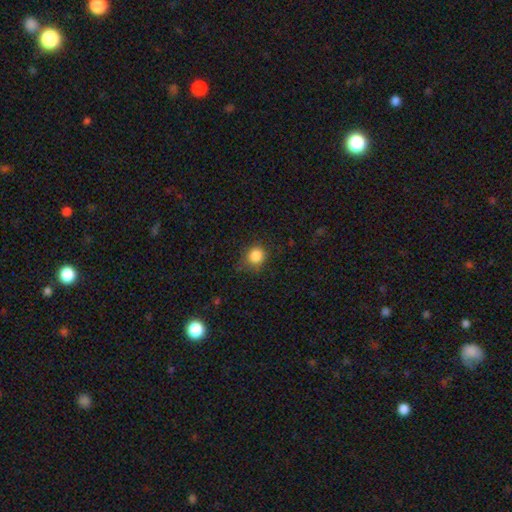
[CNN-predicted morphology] Smooth or featured?
  - smooth: 84% *
  - star or artifact: 11%
  - featured or disk: 5%
How rounded?
  - round: 83% *
  - in between: 16%
  - cigar-shaped: 1%
Merging?
  - none: 70% *
  - minor disturbance: 22%
  - major disturbance: 6%
  - merger: 1%